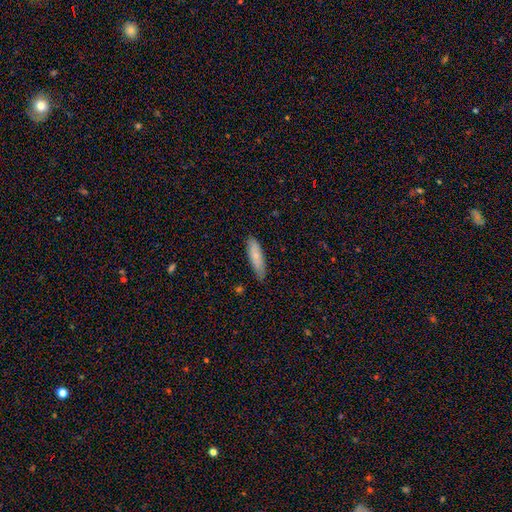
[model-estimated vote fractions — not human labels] Smooth or featured? smooth (74%)
How rounded? cigar-shaped (58%)
Merging? none (78%)